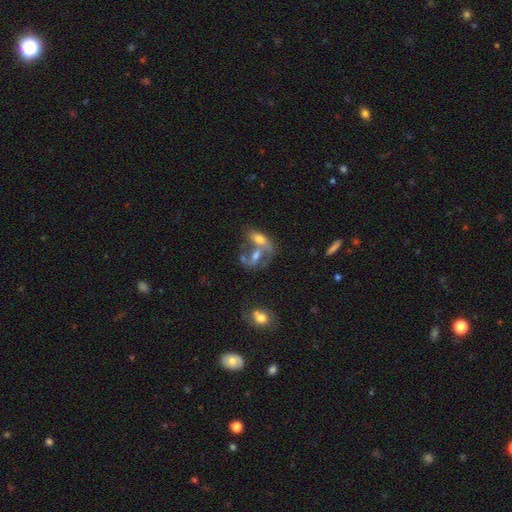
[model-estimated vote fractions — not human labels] This appears to be a featured or disk galaxy (53%). Merging: merger (62%).